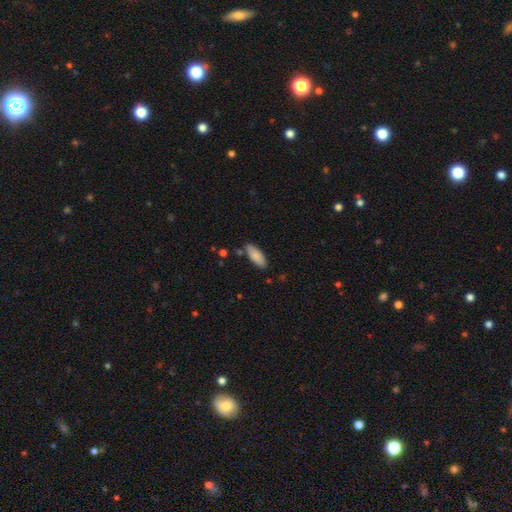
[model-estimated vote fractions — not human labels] Smooth or featured? smooth (87%)
How rounded? in between (75%)
Merging? none (80%)